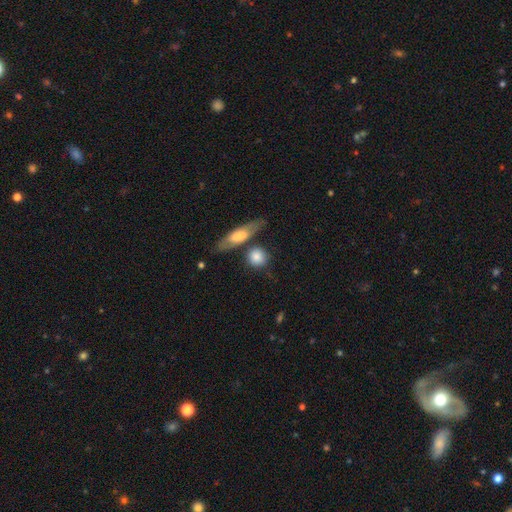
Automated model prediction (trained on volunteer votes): Smooth or featured? Predicted: smooth (p=0.78). How rounded? Predicted: round (p=0.72). Merging? Predicted: none (p=0.64).